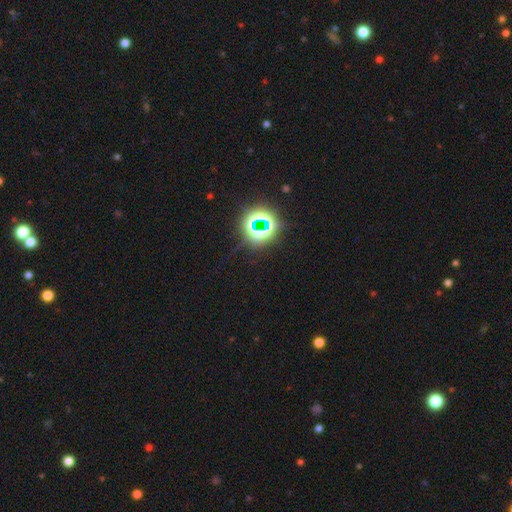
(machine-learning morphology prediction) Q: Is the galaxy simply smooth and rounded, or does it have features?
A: star or artifact — 83%.